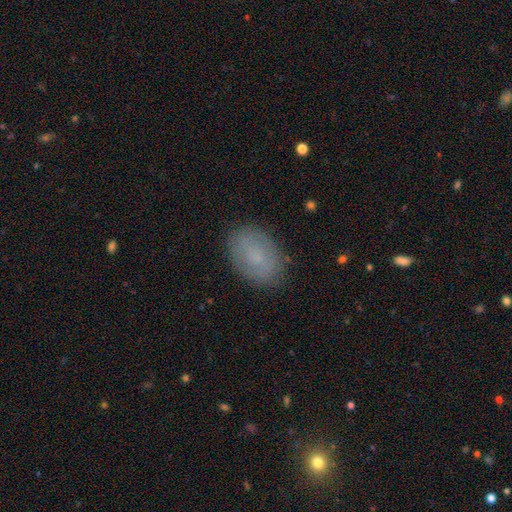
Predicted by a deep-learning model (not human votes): Smooth or featured? smooth (70%)
How rounded? in between (85%)
Merging? none (86%)